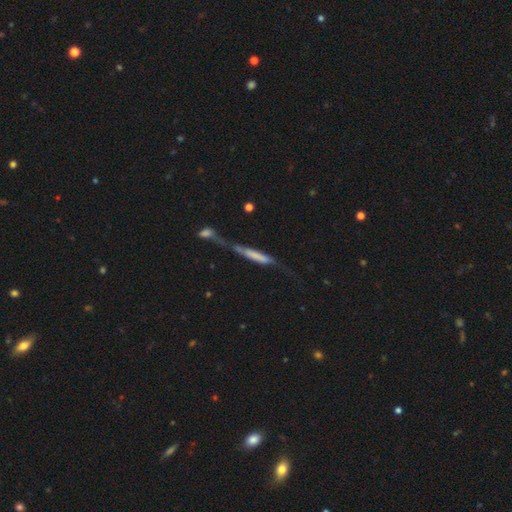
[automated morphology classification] type=featured or disk (48%); merging=merger (35%).